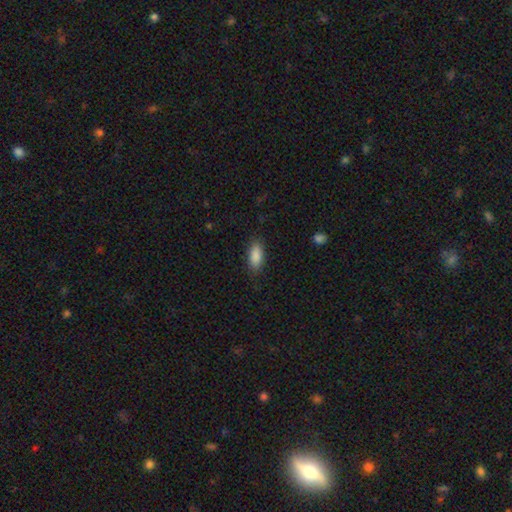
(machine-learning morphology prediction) type=smooth (89%); roundness=in between (86%); merging=none (84%).